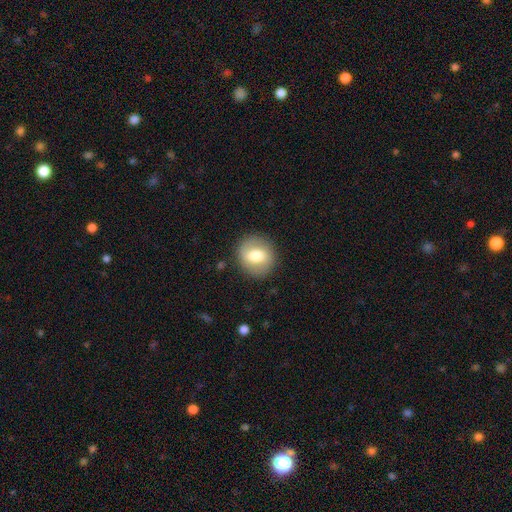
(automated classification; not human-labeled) smooth_or_featured: smooth (p=0.62) [alt: featured or disk p=0.30]
how_rounded: round (p=0.82) [alt: in between p=0.17]
merging: none (p=0.87) [alt: minor disturbance p=0.08]